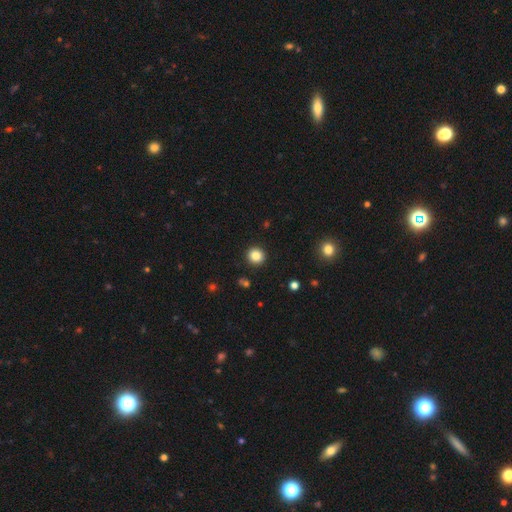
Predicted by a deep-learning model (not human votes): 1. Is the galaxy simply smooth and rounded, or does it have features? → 85% smooth, 11% star or artifact, 4% featured or disk.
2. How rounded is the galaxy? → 94% round, 5% in between, 1% cigar-shaped.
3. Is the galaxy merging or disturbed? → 92% none, 5% minor disturbance, 2% major disturbance, 1% merger.